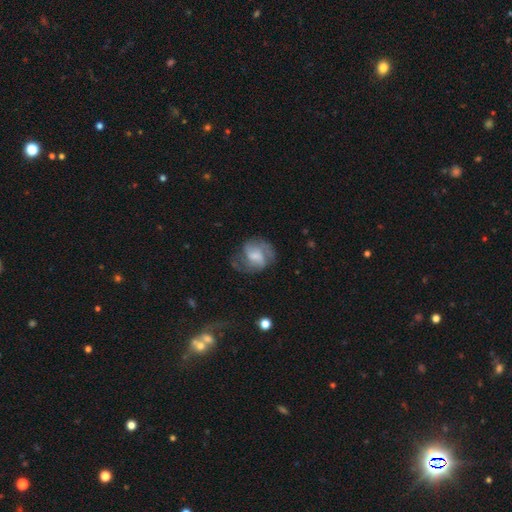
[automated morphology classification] type=featured or disk (68%); edge-on=no (98%); bar=weak (45%); spiral arms=yes (88%); winding=medium (48%); arm count=2 (48%); bulge=small (38%); merging=none (56%).